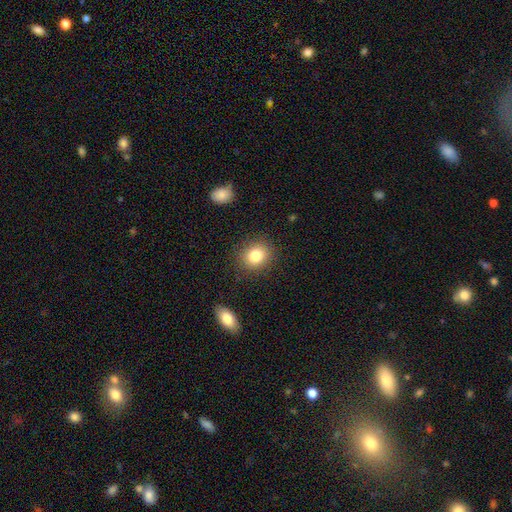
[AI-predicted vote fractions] Smooth or featured?
  - smooth: 82% *
  - star or artifact: 10%
  - featured or disk: 8%
How rounded?
  - round: 73% *
  - in between: 26%
  - cigar-shaped: 1%
Merging?
  - none: 87% *
  - minor disturbance: 9%
  - major disturbance: 3%
  - merger: 2%